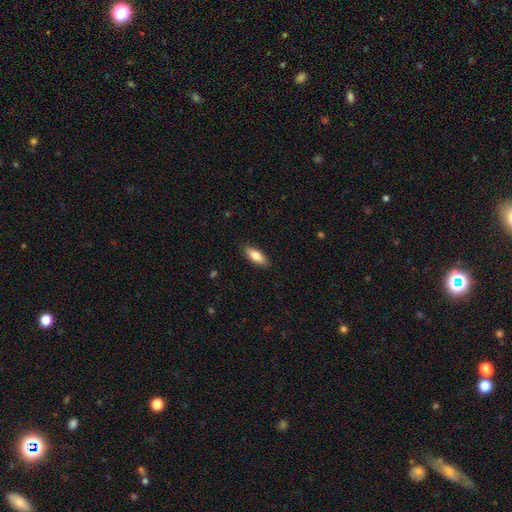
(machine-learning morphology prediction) A smooth galaxy with no disk features (77%) that is in between round and cigar-shaped (69%).

Vote fractions:
- Smooth or featured? smooth: 77% / featured or disk: 17% / star or artifact: 6%
- How rounded? in between: 69% / cigar-shaped: 29% / round: 2%
- Merging? none: 89% / minor disturbance: 8% / major disturbance: 2% / merger: 1%